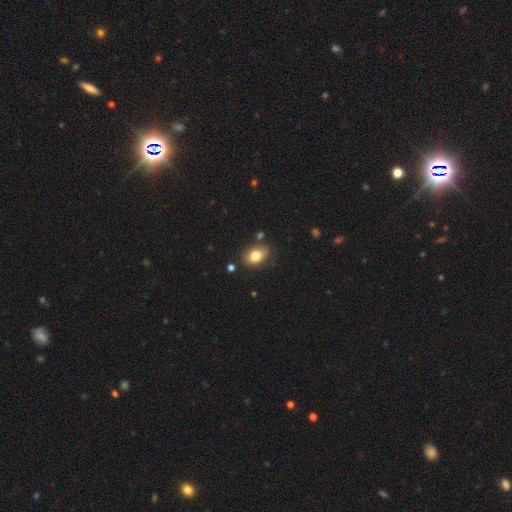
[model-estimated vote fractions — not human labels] smooth-or-featured: smooth: 81% | featured or disk: 10% | star or artifact: 9%
  how-rounded: in between: 75% | round: 24% | cigar-shaped: 1%
  merging: none: 74% | minor disturbance: 17% | merger: 4% | major disturbance: 4%